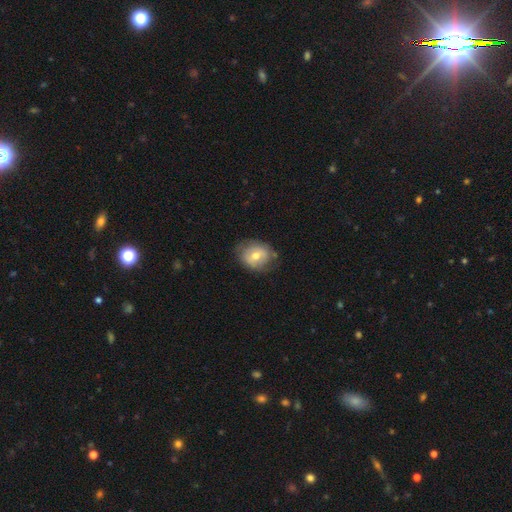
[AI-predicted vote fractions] Overall: smooth (60%; featured or disk 32%). How rounded: round (62%; in between 37%). Merging: none (68%).